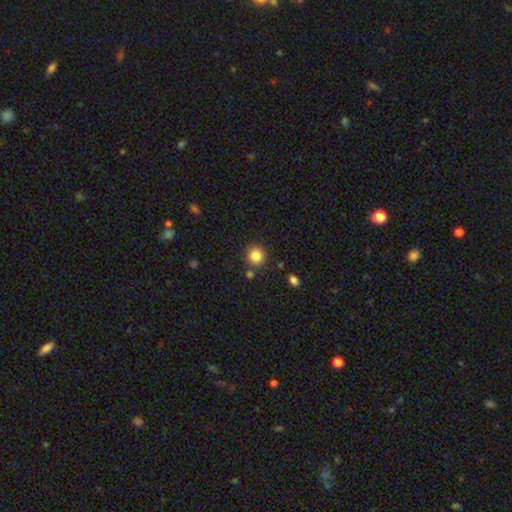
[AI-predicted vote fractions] Q: Smooth or featured?
A: smooth (83%); runner-up: star or artifact (11%)
Q: How rounded?
A: round (91%); runner-up: in between (8%)
Q: Merging?
A: none (84%); runner-up: minor disturbance (8%)